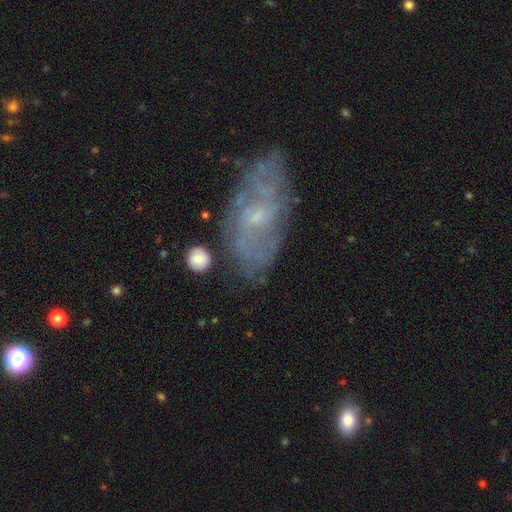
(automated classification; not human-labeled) A featured or disk galaxy (69%) with no bar (59%), spiral arms (74%) and a small central bulge (62%). Merging: none (65%).